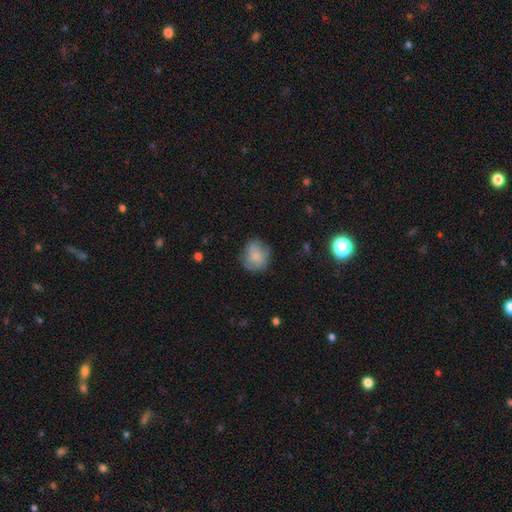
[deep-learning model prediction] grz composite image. It shows a smooth galaxy with no disk features (74%) that is round (80%). Merging: none (70%).